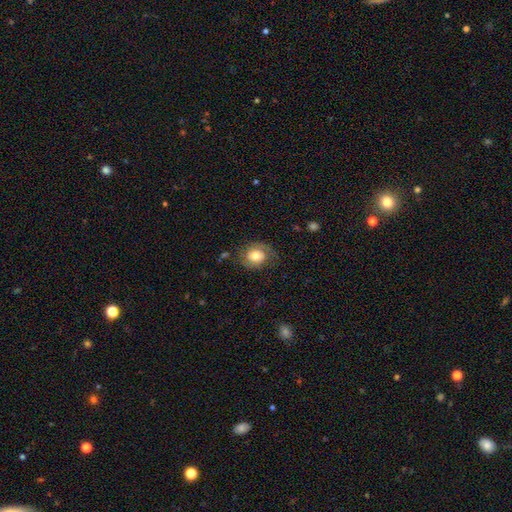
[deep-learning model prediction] The model was most divided on "smooth or featured" (2-way tie): featured or disk: 46%, smooth: 46%, star or artifact: 9%. More confident: merging — none (68%).